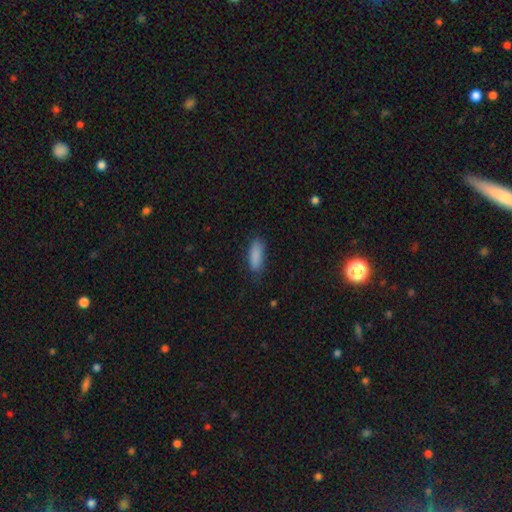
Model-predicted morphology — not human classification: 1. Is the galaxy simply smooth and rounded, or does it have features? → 88% smooth, 7% star or artifact, 5% featured or disk.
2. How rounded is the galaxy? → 66% in between, 33% cigar-shaped, 2% round.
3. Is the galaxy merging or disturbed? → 79% none, 16% minor disturbance, 4% major disturbance, 1% merger.